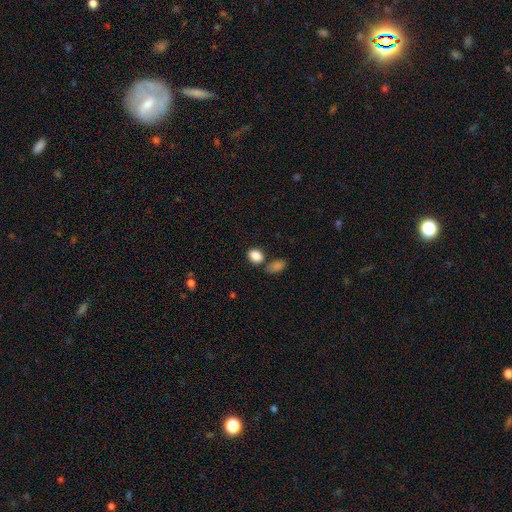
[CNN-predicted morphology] This is clearly a smooth galaxy (86%). How rounded: likely in between (72%). Merging: likely none (64%).